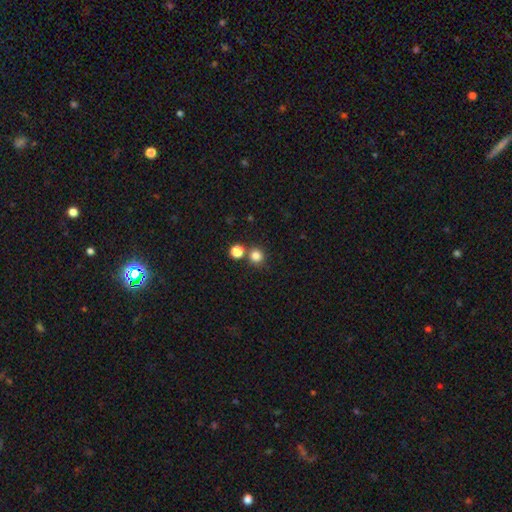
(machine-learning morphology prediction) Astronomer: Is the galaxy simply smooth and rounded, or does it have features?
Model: smooth — 81%.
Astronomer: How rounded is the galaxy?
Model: round — 92%.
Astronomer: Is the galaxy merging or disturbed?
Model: none — 75%.